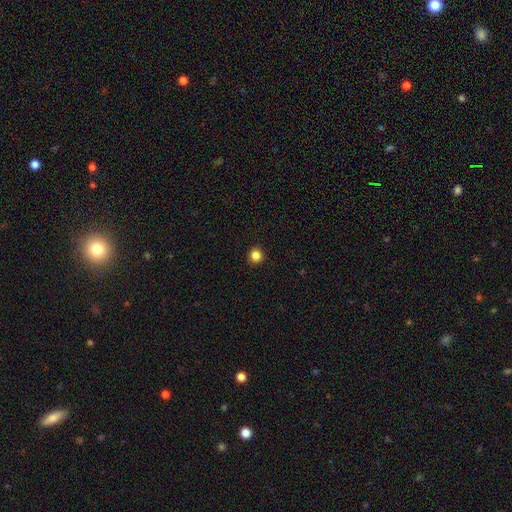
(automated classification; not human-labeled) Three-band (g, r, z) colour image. It shows a smooth galaxy with no disk features (85%) that is round (93%). Merging: none (93%).